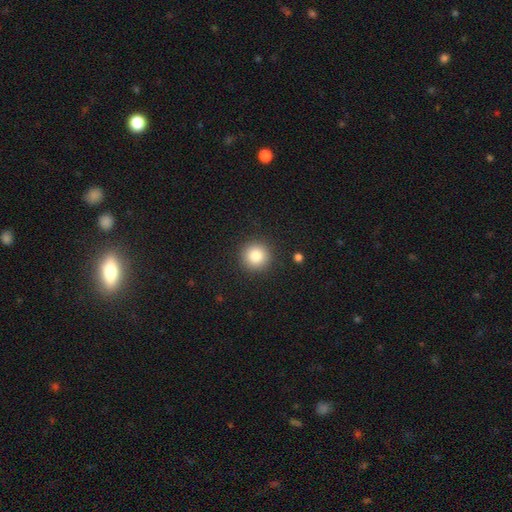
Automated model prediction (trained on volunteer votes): smooth-or-featured: smooth: 85% | star or artifact: 9% | featured or disk: 5%
  how-rounded: round: 95% | in between: 4% | cigar-shaped: 1%
  merging: none: 91% | minor disturbance: 6% | major disturbance: 2% | merger: 1%